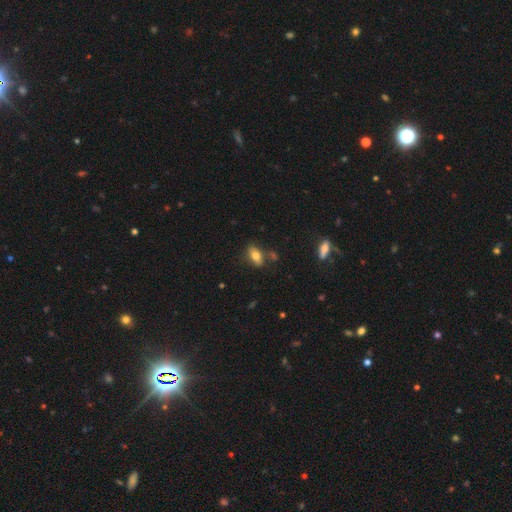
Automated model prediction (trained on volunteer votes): A smooth galaxy with no disk features (74%) that is in between round and cigar-shaped (83%).

Vote fractions:
- Smooth or featured? smooth: 74% / featured or disk: 17% / star or artifact: 9%
- How rounded? in between: 83% / cigar-shaped: 11% / round: 6%
- Merging? none: 72% / minor disturbance: 16% / merger: 8% / major disturbance: 4%